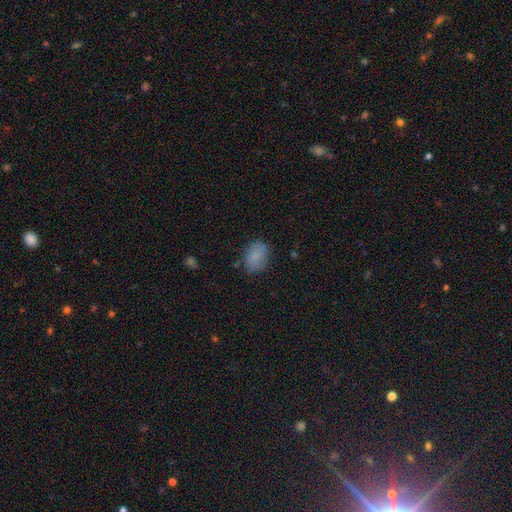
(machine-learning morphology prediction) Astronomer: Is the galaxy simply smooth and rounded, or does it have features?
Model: smooth — 80%.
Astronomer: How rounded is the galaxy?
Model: in between — 74%.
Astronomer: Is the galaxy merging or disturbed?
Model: none — 73%.